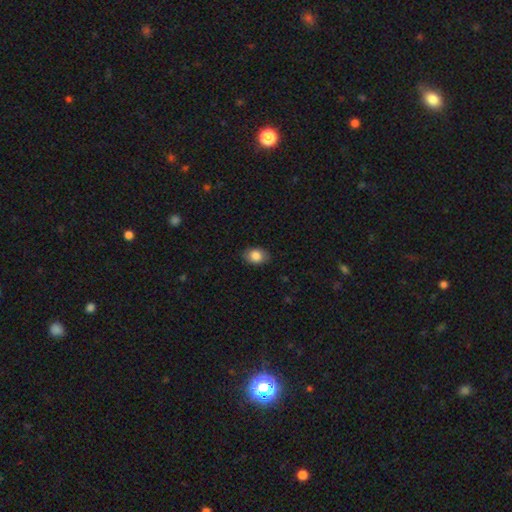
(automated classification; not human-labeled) Smooth or featured? Predicted: smooth (p=0.84). How rounded? Predicted: in between (p=0.77). Merging? Predicted: none (p=0.85).